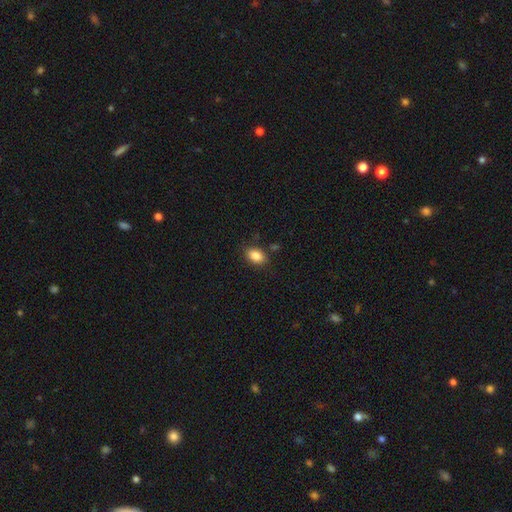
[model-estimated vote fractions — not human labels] Smooth or featured? smooth (86%)
How rounded? in between (84%)
Merging? none (83%)